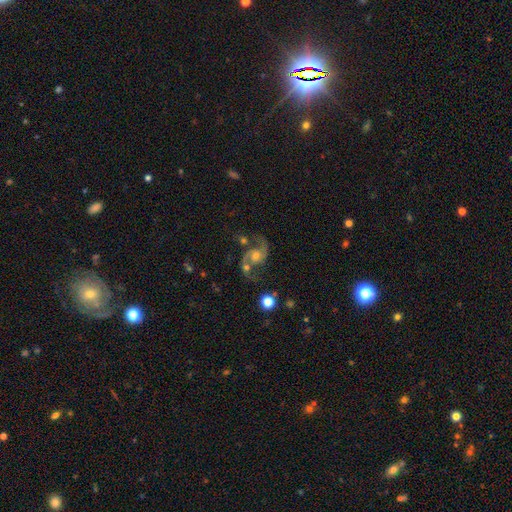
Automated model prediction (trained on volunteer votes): Morphology: type=featured or disk (86%); edge-on=no (98%); bar=no (65%); spiral arms=yes (96%); winding=loose (54%); arm count=2 (93%); bulge=moderate (58%); merging=none (55%).